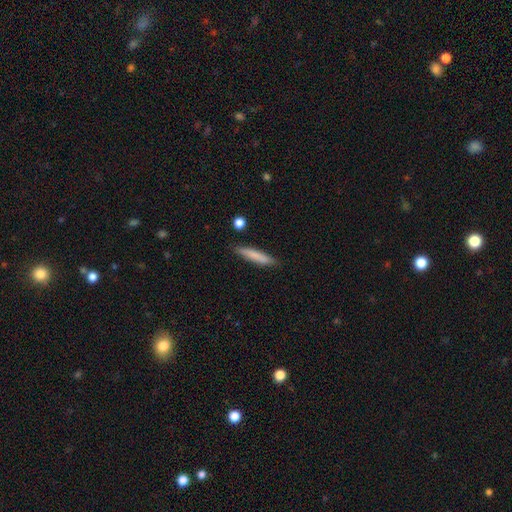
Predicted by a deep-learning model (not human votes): smooth_or_featured: smooth (p=0.77) [alt: featured or disk p=0.17]
how_rounded: cigar-shaped (p=0.91) [alt: in between p=0.08]
merging: none (p=0.87) [alt: minor disturbance p=0.09]